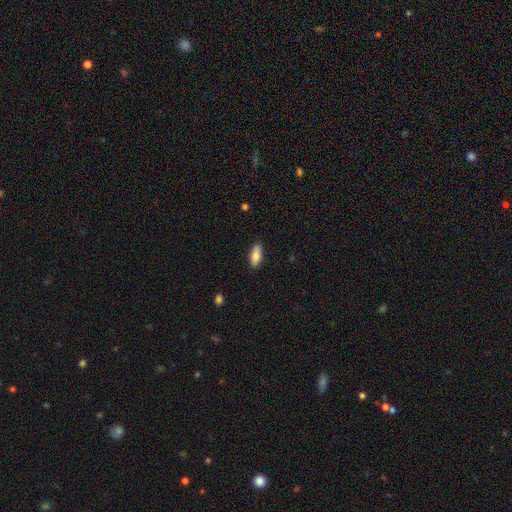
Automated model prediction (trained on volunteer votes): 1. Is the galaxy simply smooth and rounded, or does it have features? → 85% smooth, 9% featured or disk, 6% star or artifact.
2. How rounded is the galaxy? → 81% in between, 17% cigar-shaped, 2% round.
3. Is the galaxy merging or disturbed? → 86% none, 11% minor disturbance, 2% major disturbance, 1% merger.